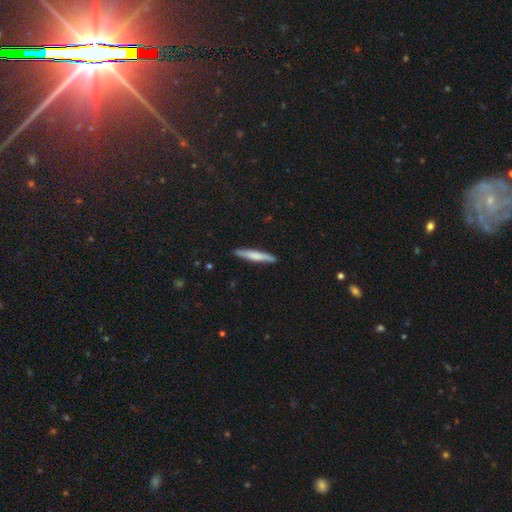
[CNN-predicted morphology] Smooth or featured: smooth — 62% (featured or disk — 32%)
How rounded: cigar-shaped — 93% (in between — 6%)
Merging: none — 89% (minor disturbance — 9%)